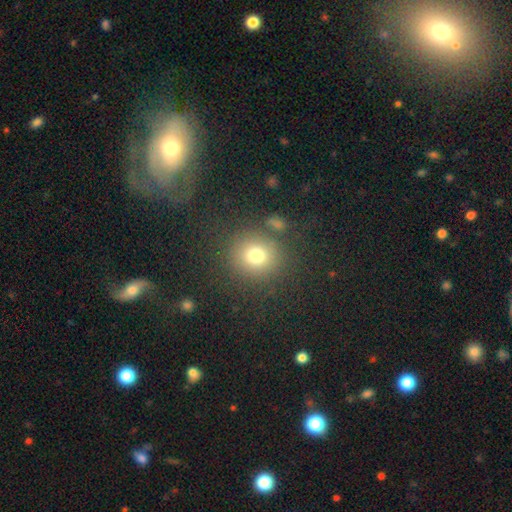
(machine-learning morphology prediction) smooth 76%, star or artifact 15%, featured or disk 9%. Down the decision tree: how rounded — round (85%); merging — none (80%).